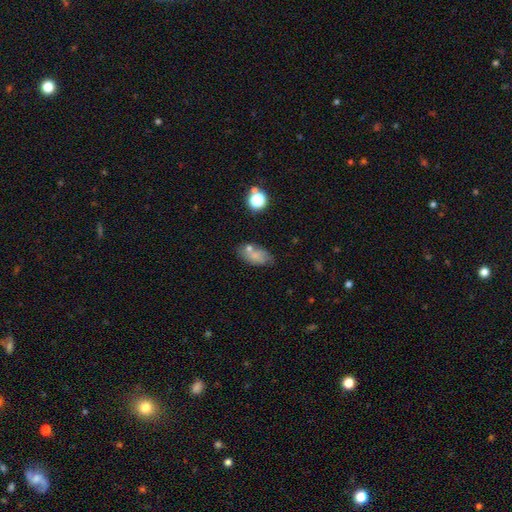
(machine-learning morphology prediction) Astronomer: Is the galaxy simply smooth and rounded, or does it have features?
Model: smooth — 71%.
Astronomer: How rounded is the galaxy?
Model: in between — 89%.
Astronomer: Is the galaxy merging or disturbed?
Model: none — 55%.